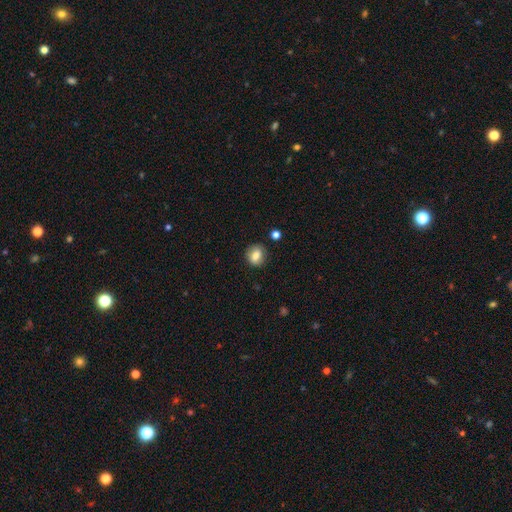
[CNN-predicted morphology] Smooth or featured? Predicted: smooth (p=0.79). How rounded? Predicted: round (p=0.53). Merging? Predicted: none (p=0.81).